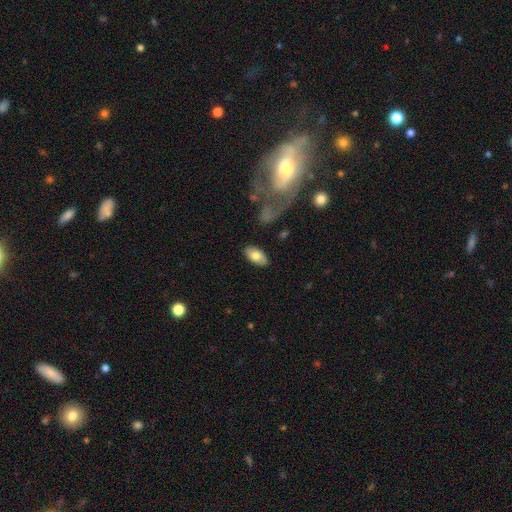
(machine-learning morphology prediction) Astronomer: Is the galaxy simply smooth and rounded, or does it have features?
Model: smooth — 74%.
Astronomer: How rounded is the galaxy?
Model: in between — 94%.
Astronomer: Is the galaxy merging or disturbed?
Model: none — 85%.